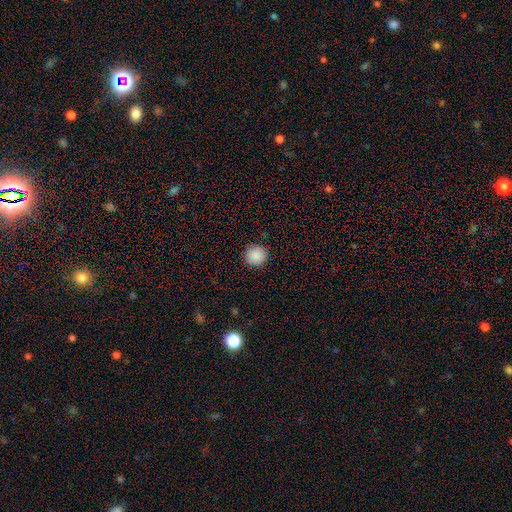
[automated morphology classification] This is clearly a smooth galaxy (88%). How rounded: clearly round (93%). Merging: clearly none (90%).